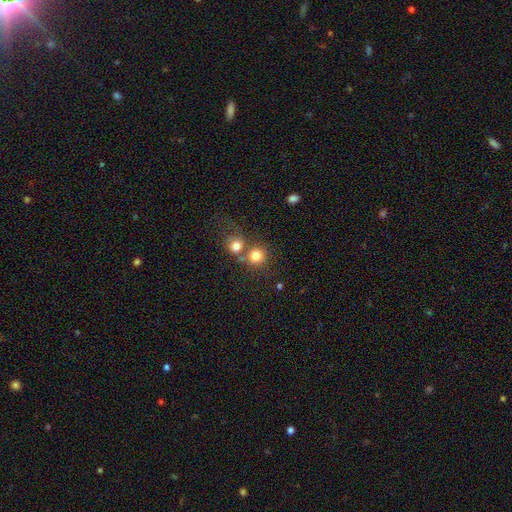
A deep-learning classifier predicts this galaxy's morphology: This appears to be a smooth galaxy with no disk features (78%) that is round (89%). Merging: none (53%).